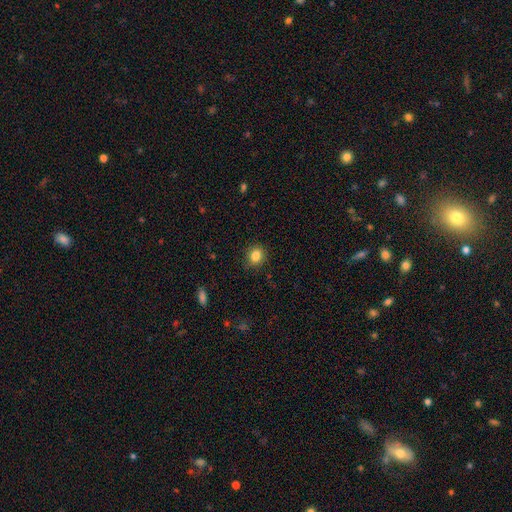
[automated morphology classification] A smooth galaxy with no disk features (84%) that is round (74%). Merging: none (87%).